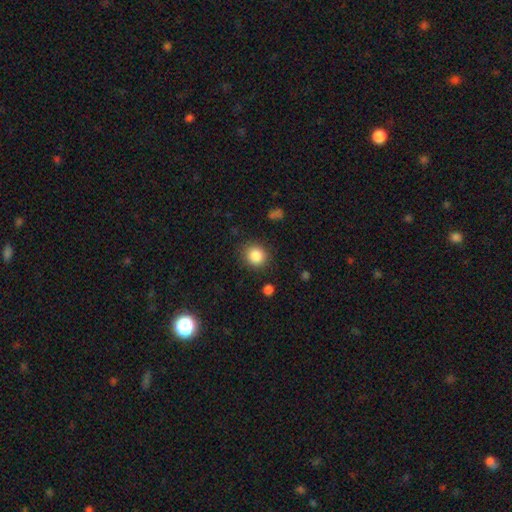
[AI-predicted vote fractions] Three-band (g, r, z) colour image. It shows a smooth galaxy with no disk features (86%) that is round (80%). Merging: none (85%).